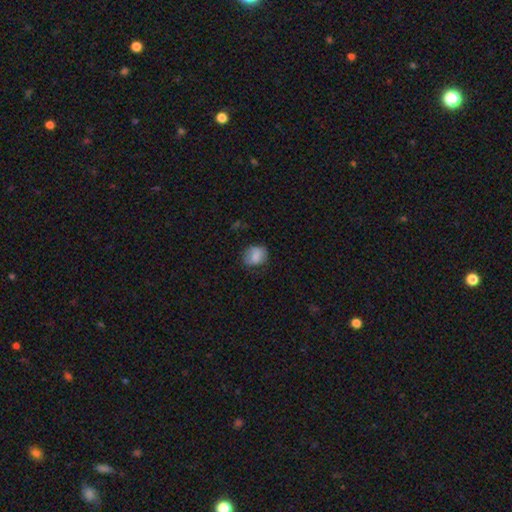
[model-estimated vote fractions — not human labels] Smooth or featured? Predicted: smooth (p=0.79). How rounded? Predicted: round (p=0.55). Merging? Predicted: none (p=0.70).